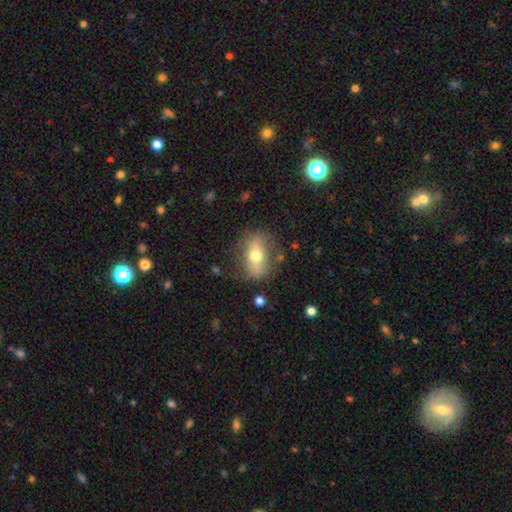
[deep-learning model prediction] This is possibly a smooth galaxy (51%). How rounded: likely in between (74%). Merging: likely none (75%).